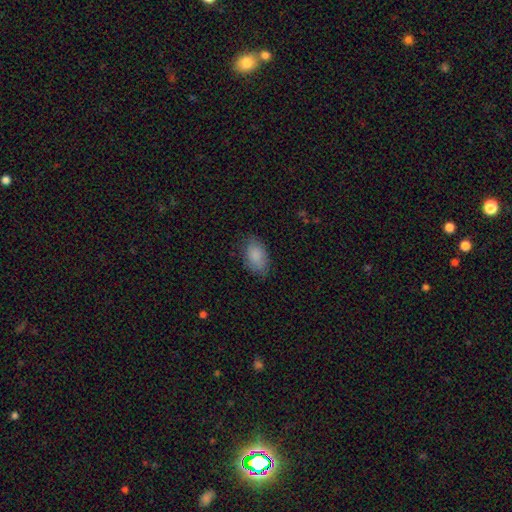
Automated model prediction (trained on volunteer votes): Smooth or featured: smooth — 86% (featured or disk — 7%)
How rounded: in between — 91% (round — 7%)
Merging: none — 78% (minor disturbance — 17%)